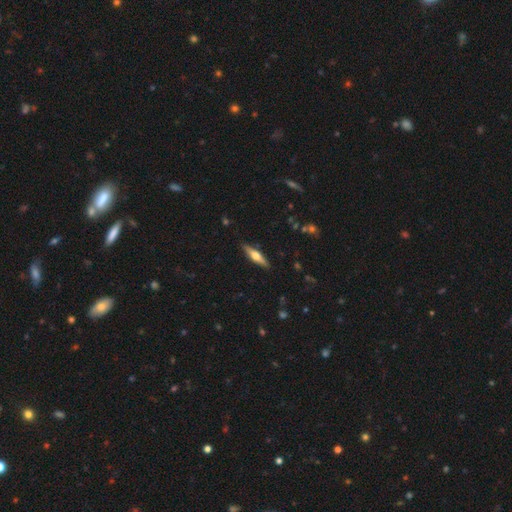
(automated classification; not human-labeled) Overall: featured or disk (56%; smooth 38%). Edge-on disk: yes (95%). Edge-on bulge: rounded (92%). Merging: none (89%).